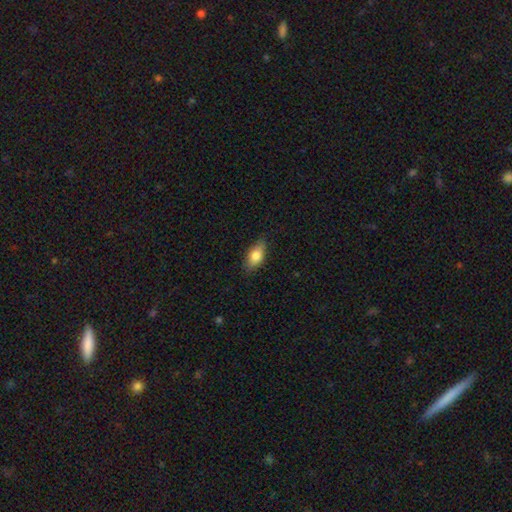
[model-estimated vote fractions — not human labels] A smooth galaxy with no disk features (78%) that is in between round and cigar-shaped (86%). Merging: none (82%).